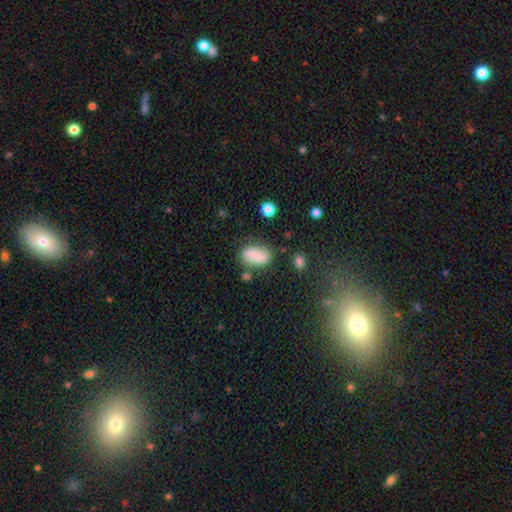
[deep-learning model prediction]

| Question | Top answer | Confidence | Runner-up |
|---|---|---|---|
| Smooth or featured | smooth | 67% | featured or disk (25%) |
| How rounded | in between | 86% | round (11%) |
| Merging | none | 70% | minor disturbance (17%) |